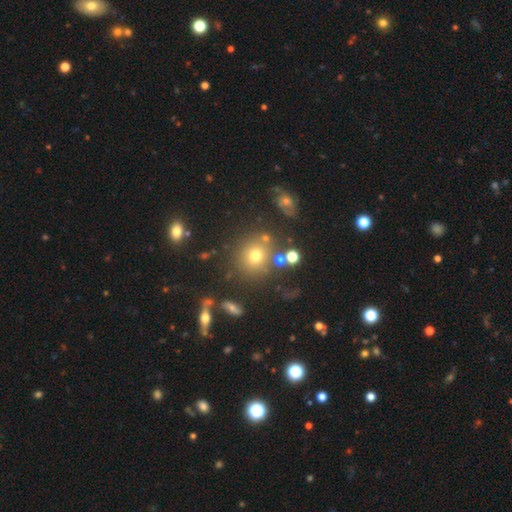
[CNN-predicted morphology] smooth_or_featured: smooth (p=0.69) [alt: star or artifact p=0.19]
how_rounded: round (p=0.87) [alt: in between p=0.12]
merging: none (p=0.75) [alt: minor disturbance p=0.11]